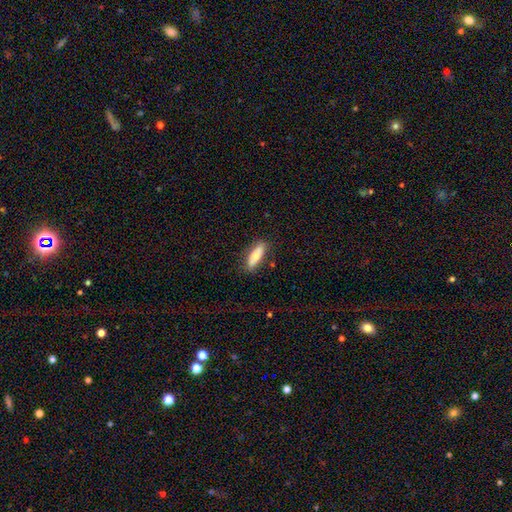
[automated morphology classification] A smooth galaxy with no disk features (72%) that is in between round and cigar-shaped (50%).

Vote fractions:
- Smooth or featured? smooth: 72% / featured or disk: 22% / star or artifact: 6%
- How rounded? in between: 50% / cigar-shaped: 48% / round: 2%
- Merging? none: 82% / minor disturbance: 13% / major disturbance: 3% / merger: 2%